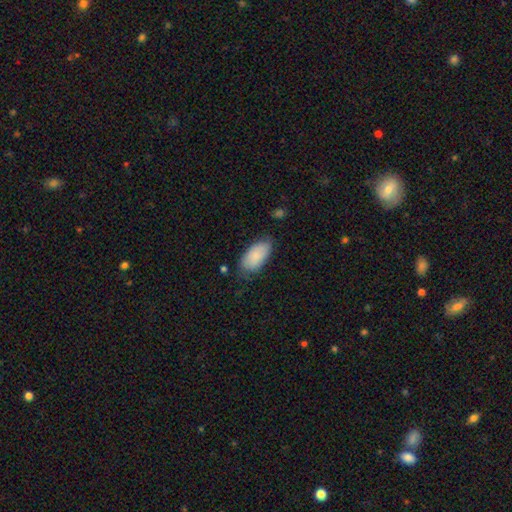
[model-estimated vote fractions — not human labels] Smooth or featured: smooth — 86% (featured or disk — 8%)
How rounded: in between — 94% (cigar-shaped — 4%)
Merging: none — 69% (minor disturbance — 24%)